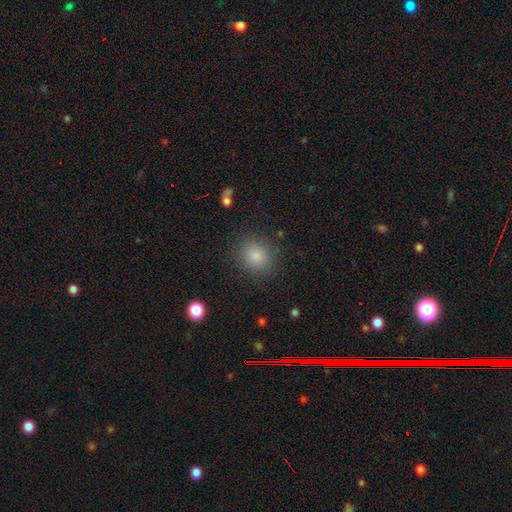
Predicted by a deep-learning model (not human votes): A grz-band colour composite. It shows a smooth galaxy with no disk features (85%) that is round (77%). Merging: none (85%).